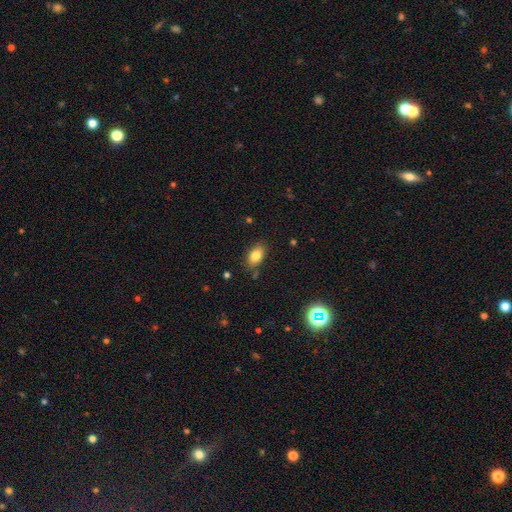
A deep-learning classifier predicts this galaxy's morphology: Overall: smooth (82%). How rounded: in between (88%). Merging: none (80%).